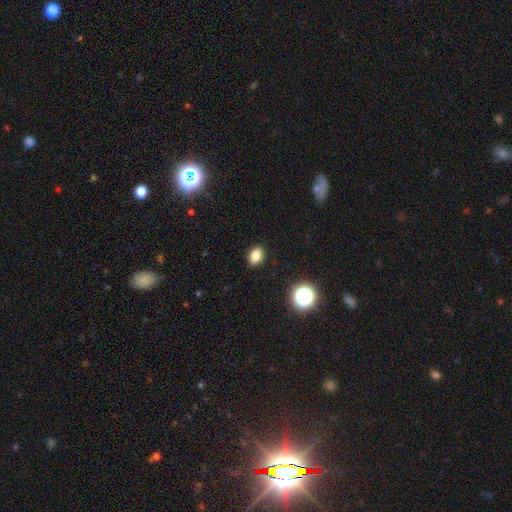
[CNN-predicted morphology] Overall: smooth (83%). How rounded: in between (74%). Merging: none (90%).